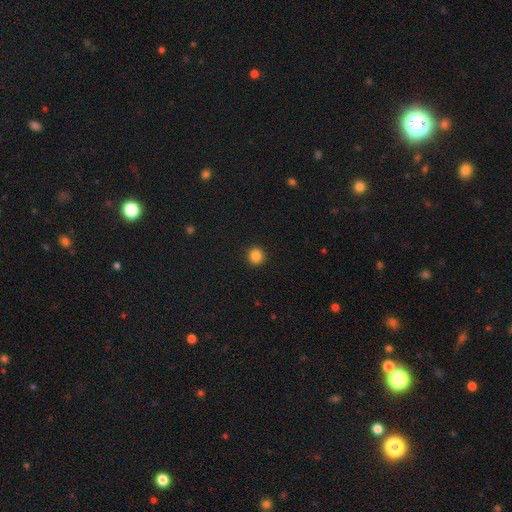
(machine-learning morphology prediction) This is clearly a smooth galaxy (87%). How rounded: clearly round (89%). Merging: clearly none (92%).